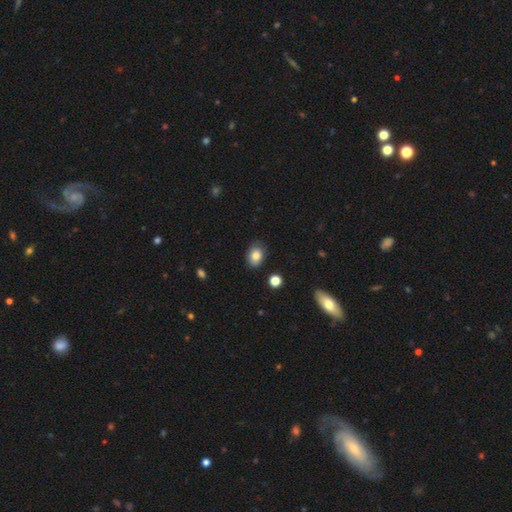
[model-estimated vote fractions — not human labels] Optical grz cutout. It shows a smooth galaxy with no disk features (83%) that is in between round and cigar-shaped (74%). Merging: none (81%).